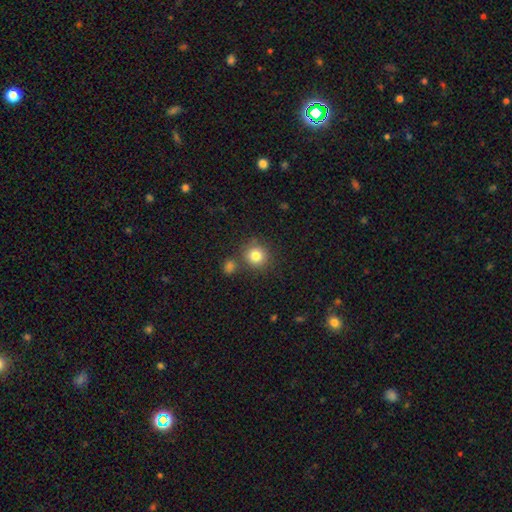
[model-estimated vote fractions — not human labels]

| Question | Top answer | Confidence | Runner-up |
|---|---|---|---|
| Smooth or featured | smooth | 83% | star or artifact (11%) |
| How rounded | round | 91% | in between (8%) |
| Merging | none | 77% | merger (11%) |